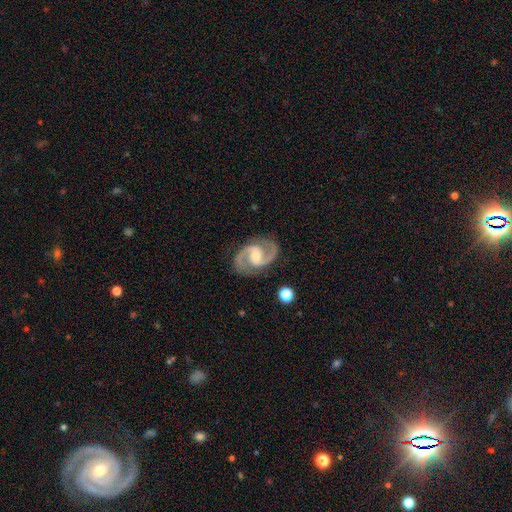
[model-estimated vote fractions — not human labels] Smooth or featured? Predicted: featured or disk (p=0.93). Edge-on disk? Predicted: no (p=0.98). Bar? Predicted: weak (p=0.45). Spiral arms? Predicted: yes (p=0.98). Spiral winding? Predicted: medium (p=0.67). Spiral arm count? Predicted: 2 (p=0.95). Bulge size? Predicted: small (p=0.47). Merging? Predicted: none (p=0.86).